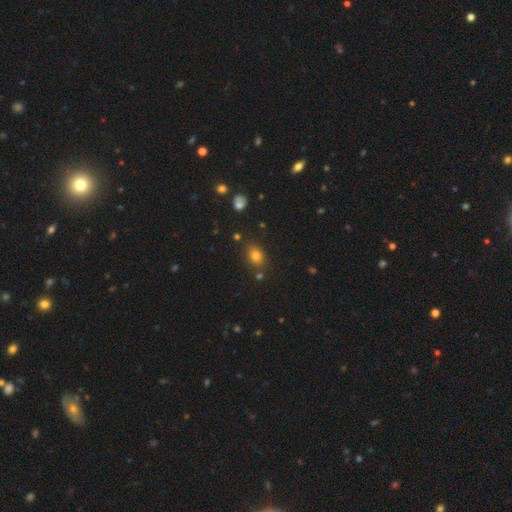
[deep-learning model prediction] A smooth galaxy with no disk features (78%) that is in between round and cigar-shaped (62%). Merging: none (77%).